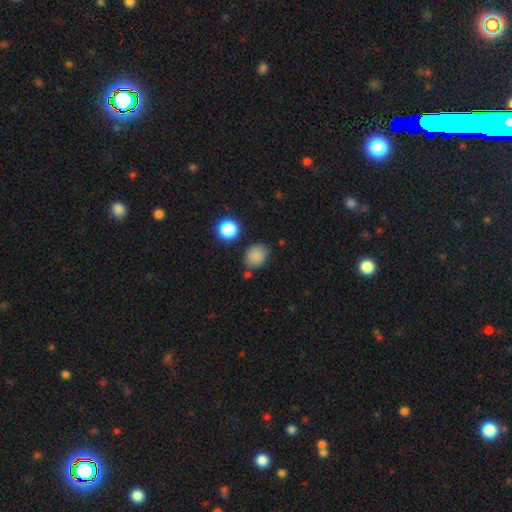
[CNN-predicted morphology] This is clearly a smooth galaxy (85%). How rounded: likely round (69%). Merging: likely none (76%).